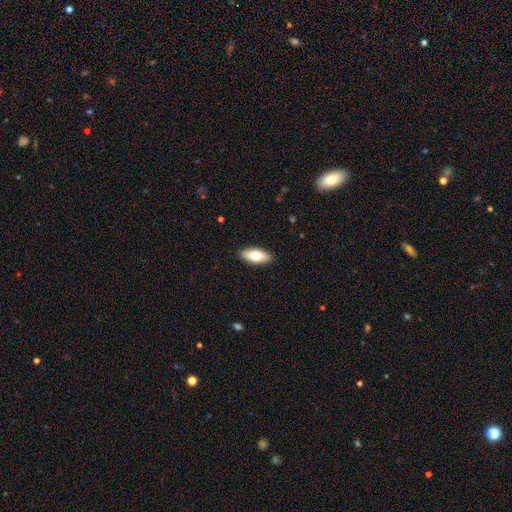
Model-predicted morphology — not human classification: Smooth or featured? Predicted: smooth (p=0.72). How rounded? Predicted: in between (p=0.83). Merging? Predicted: none (p=0.90).